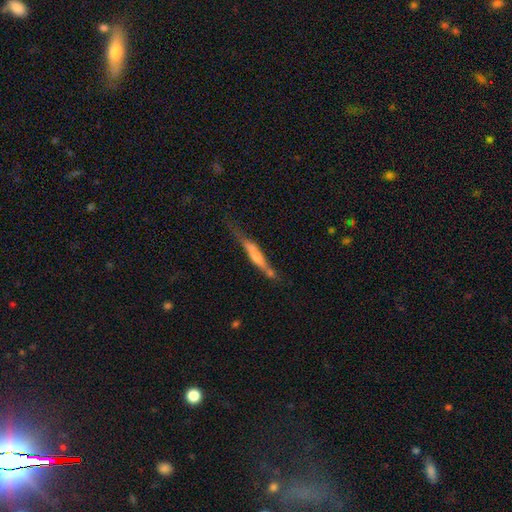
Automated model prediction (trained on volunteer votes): This appears to be a featured or disk galaxy (48%). Merging: none (48%).